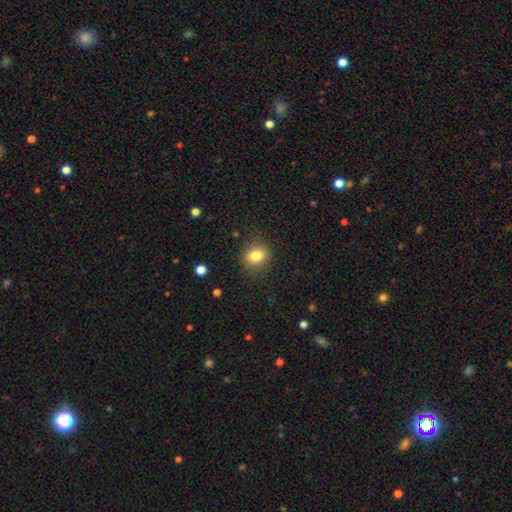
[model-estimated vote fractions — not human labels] Q: Smooth or featured?
A: smooth (82%); runner-up: star or artifact (11%)
Q: How rounded?
A: round (61%); runner-up: in between (38%)
Q: Merging?
A: none (84%); runner-up: minor disturbance (11%)